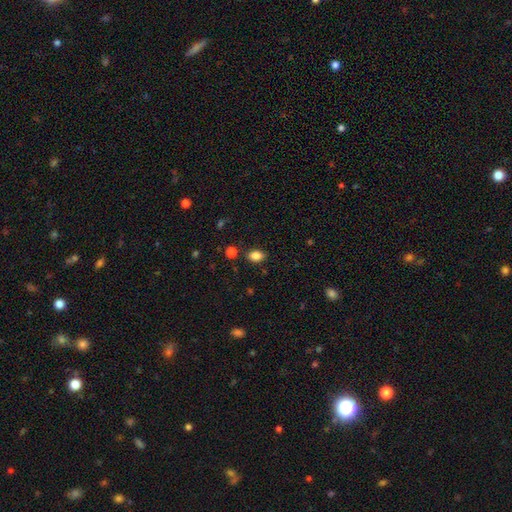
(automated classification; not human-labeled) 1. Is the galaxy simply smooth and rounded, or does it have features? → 84% smooth, 10% star or artifact, 6% featured or disk.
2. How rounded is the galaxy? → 81% in between, 17% round, 2% cigar-shaped.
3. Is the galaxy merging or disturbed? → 83% none, 11% minor disturbance, 4% merger, 3% major disturbance.